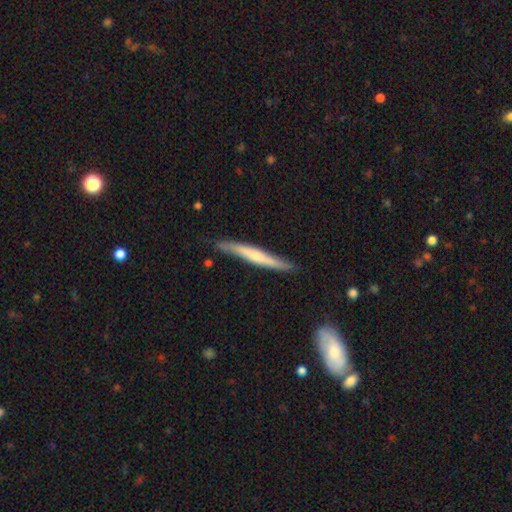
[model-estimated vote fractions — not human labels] smooth-or-featured: featured or disk: 51% | smooth: 44% | star or artifact: 5%
  disk-edge-on: yes: 93% | no: 7%
  merging: none: 80% | minor disturbance: 15% | major disturbance: 2% | merger: 2%